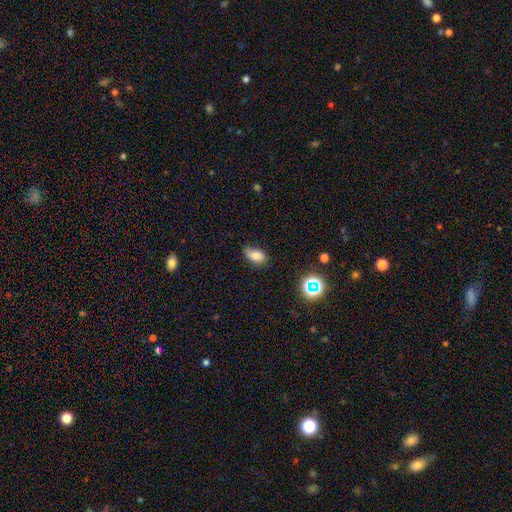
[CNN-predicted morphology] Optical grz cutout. It shows a smooth galaxy with no disk features (75%) that is in between round and cigar-shaped (88%). Merging: none (64%).